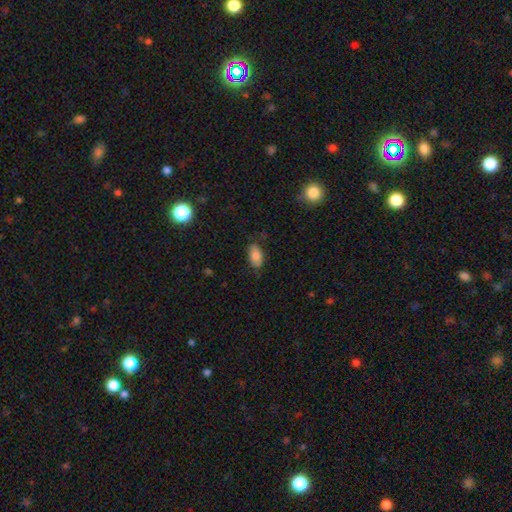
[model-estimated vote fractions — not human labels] smooth-or-featured: smooth: 82% | featured or disk: 10% | star or artifact: 8%
  how-rounded: in between: 92% | round: 4% | cigar-shaped: 4%
  merging: none: 76% | minor disturbance: 19% | major disturbance: 4% | merger: 1%